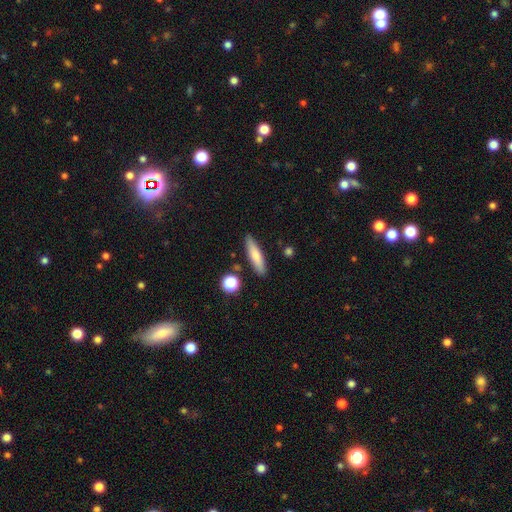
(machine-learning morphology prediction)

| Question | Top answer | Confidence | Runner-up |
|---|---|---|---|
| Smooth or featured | smooth | 74% | featured or disk (19%) |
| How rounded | cigar-shaped | 76% | in between (22%) |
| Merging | none | 86% | minor disturbance (9%) |